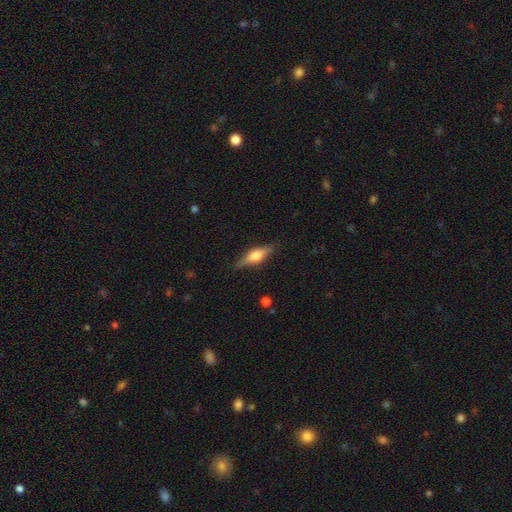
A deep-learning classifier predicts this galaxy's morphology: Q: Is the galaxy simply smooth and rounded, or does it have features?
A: featured or disk — 52%.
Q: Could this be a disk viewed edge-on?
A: yes — 93%.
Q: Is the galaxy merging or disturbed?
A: none — 84%.